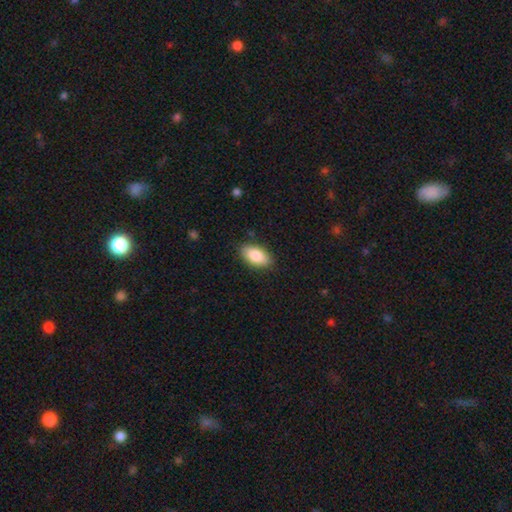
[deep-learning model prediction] Smooth or featured: smooth — 85% (featured or disk — 9%)
How rounded: in between — 93% (cigar-shaped — 3%)
Merging: none — 86% (minor disturbance — 10%)